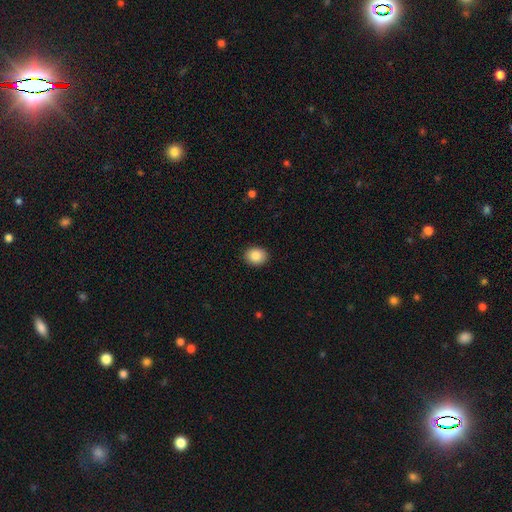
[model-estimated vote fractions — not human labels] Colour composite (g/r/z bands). It shows a smooth galaxy with no disk features (88%) that is round (55%). Merging: none (90%).